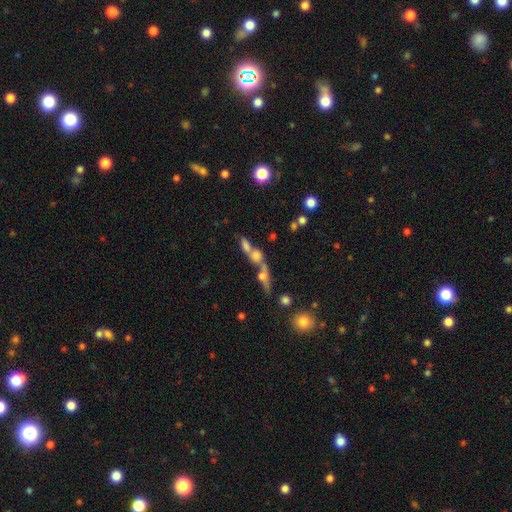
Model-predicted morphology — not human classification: The model was most divided on "smooth or featured": smooth: 45%, featured or disk: 36%, star or artifact: 19%. More confident: merging — merger (59%).